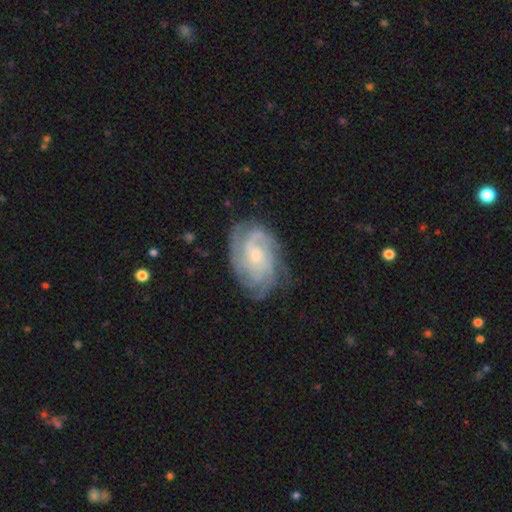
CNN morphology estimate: A featured or disk galaxy (86%) with no bar (68%), tight (61%) spiral arms (97%) and a small central bulge (60%). Merging: none (74%).